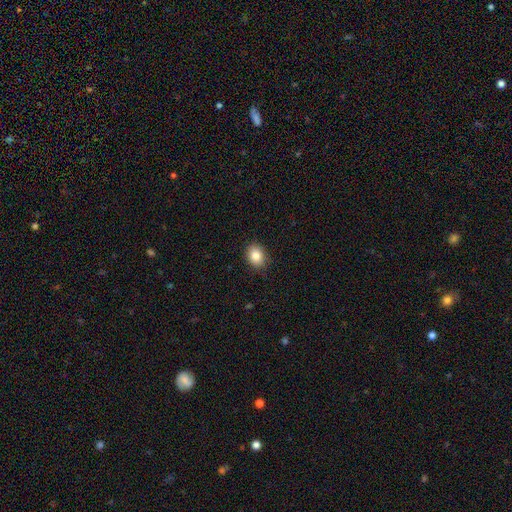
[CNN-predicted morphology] smooth-or-featured: smooth: 85% | star or artifact: 9% | featured or disk: 6%
  how-rounded: in between: 58% | round: 41% | cigar-shaped: 1%
  merging: none: 88% | minor disturbance: 9% | major disturbance: 2% | merger: 1%